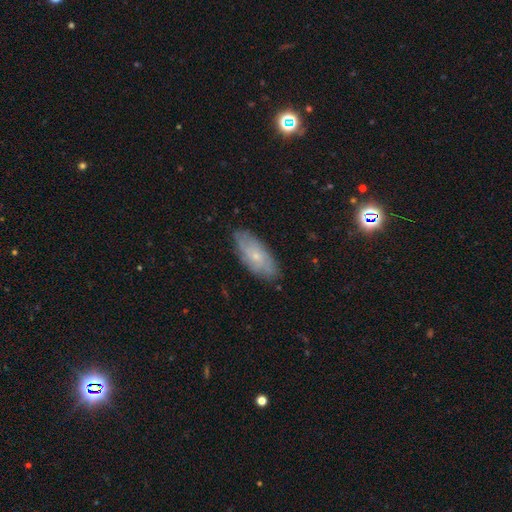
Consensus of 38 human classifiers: featured or disk 58%, smooth 37%, star or artifact 5%. Down the decision tree: edge-on disk — no (95%); bar — no (90%); spiral arms — yes (76%); spiral arm count — can't tell (50%); spiral winding — tight (50%); bulge size — small (90%); merging — none (83%).